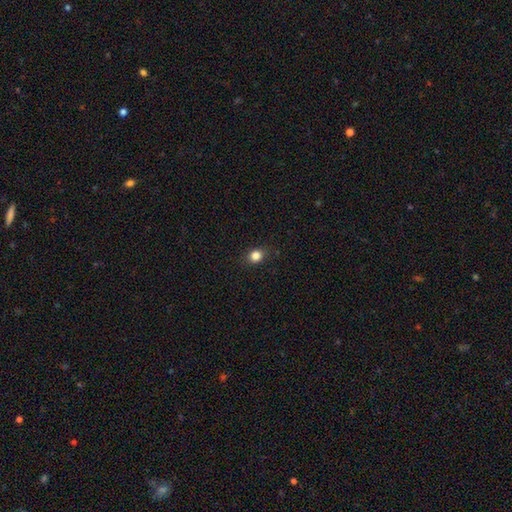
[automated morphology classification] Smooth or featured: smooth — 84% (star or artifact — 12%)
How rounded: round — 69% (in between — 30%)
Merging: none — 88% (minor disturbance — 9%)